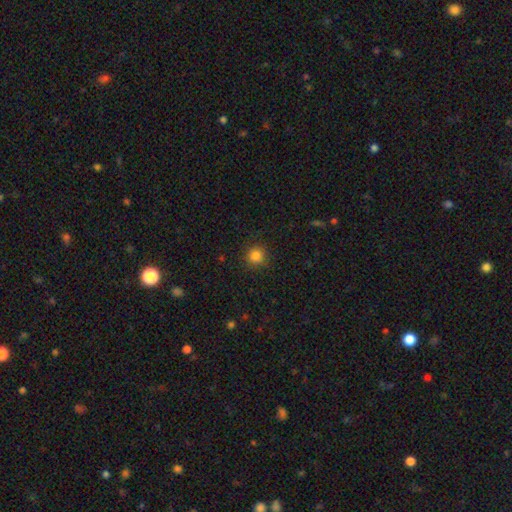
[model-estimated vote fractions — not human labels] Overall: smooth (83%). How rounded: round (94%). Merging: none (90%).